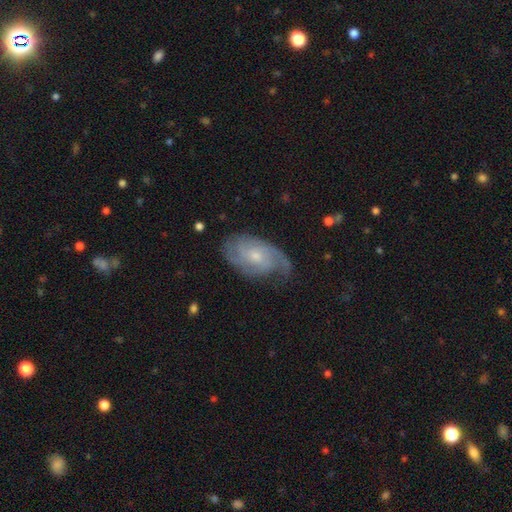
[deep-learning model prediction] featured or disk 79%, smooth 15%, star or artifact 6%. Down the decision tree: edge-on disk — no (96%); bar — no (67%); spiral arms — yes (94%); spiral arm count — 2 (38%); spiral winding — tight (48%); bulge size — small (49%); merging — none (67%).